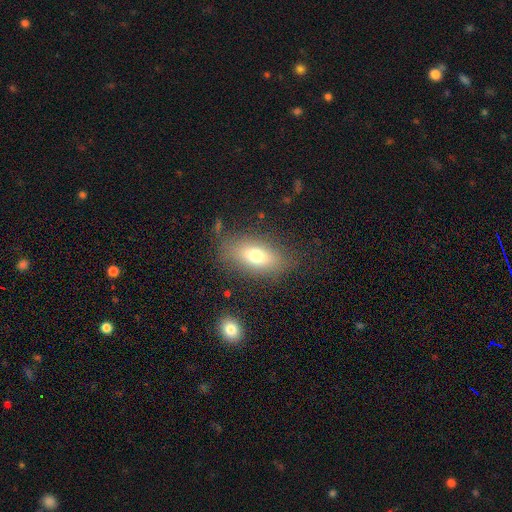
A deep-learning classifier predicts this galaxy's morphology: Smooth or featured? smooth (70%)
How rounded? in between (82%)
Merging? none (78%)